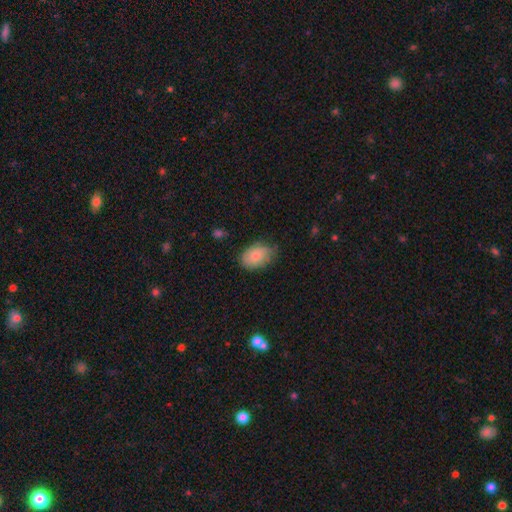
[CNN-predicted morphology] Smooth or featured? Predicted: smooth (p=0.82). How rounded? Predicted: in between (p=0.86). Merging? Predicted: none (p=0.67).